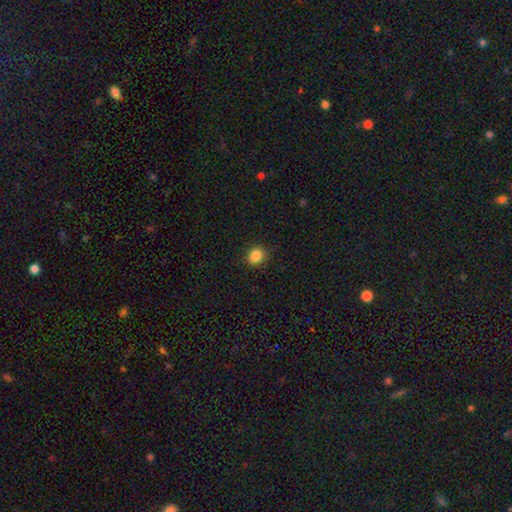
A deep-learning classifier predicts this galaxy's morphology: A smooth galaxy with no disk features (86%) that is round (74%). Merging: none (87%).